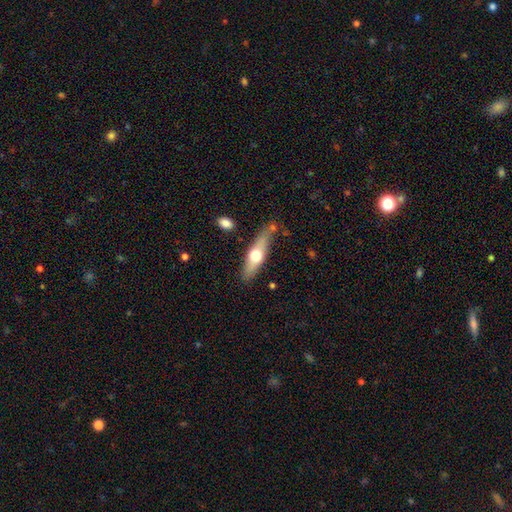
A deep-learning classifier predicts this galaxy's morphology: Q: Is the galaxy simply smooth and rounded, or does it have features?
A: smooth — 47%, tied with featured or disk.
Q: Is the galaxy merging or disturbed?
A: none — 73%.